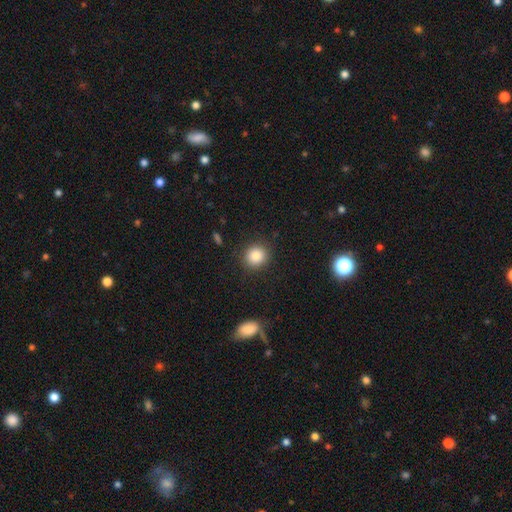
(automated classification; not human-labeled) A smooth galaxy with no disk features (85%) that is round (84%).

Vote fractions:
- Smooth or featured? smooth: 85% / star or artifact: 10% / featured or disk: 6%
- How rounded? round: 84% / in between: 15% / cigar-shaped: 1%
- Merging? none: 88% / minor disturbance: 7% / major disturbance: 3% / merger: 1%